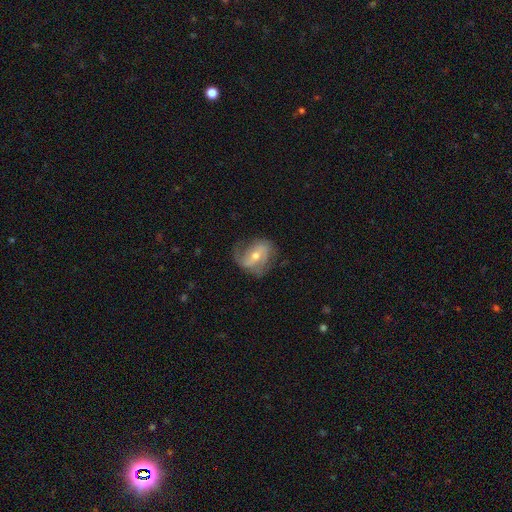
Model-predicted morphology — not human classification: This appears to be a featured or disk galaxy (72%) with a weak bar (39%), 2 (69%) medium (40%) spiral arms (86%) and a moderate central bulge (56%). Merging: none (60%).